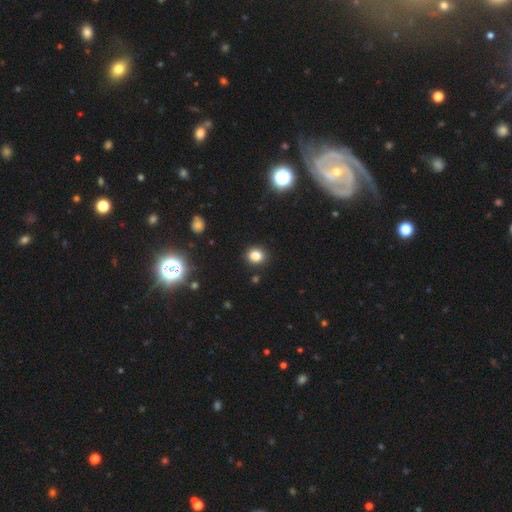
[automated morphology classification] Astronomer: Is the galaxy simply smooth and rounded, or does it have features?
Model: smooth — 83%.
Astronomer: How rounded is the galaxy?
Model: round — 67%.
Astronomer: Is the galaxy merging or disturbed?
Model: none — 89%.